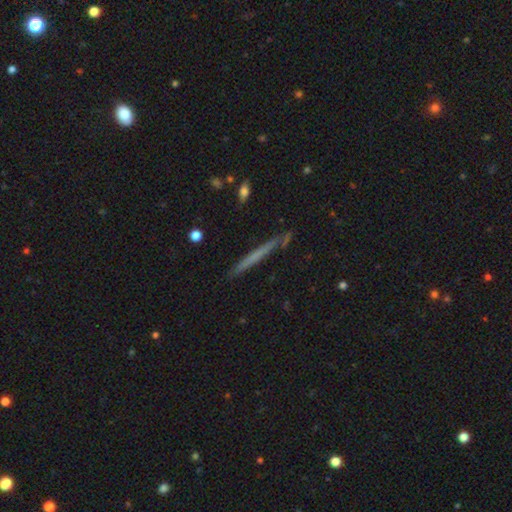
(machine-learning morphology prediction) A smooth galaxy with no disk features (50%). Merging: none (86%).